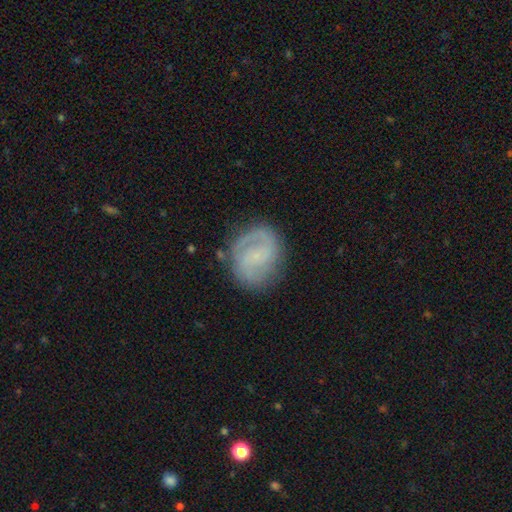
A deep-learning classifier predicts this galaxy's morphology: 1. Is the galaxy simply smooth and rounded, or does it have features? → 71% featured or disk, 22% smooth, 7% star or artifact.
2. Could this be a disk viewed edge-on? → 98% no, 2% yes.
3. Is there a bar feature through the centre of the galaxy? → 45% weak, 43% no, 11% strong.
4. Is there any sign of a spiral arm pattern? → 91% yes, 9% no.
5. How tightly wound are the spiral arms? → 44% medium, 36% tight, 20% loose.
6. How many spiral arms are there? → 74% 2, 12% can't tell, 9% 1, 3% 3, 1% 4, 1% more than 4.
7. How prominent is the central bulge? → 60% small, 26% none, 12% moderate, 1% large, 1% dominant.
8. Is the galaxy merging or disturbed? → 76% none, 16% minor disturbance, 7% major disturbance, 2% merger.